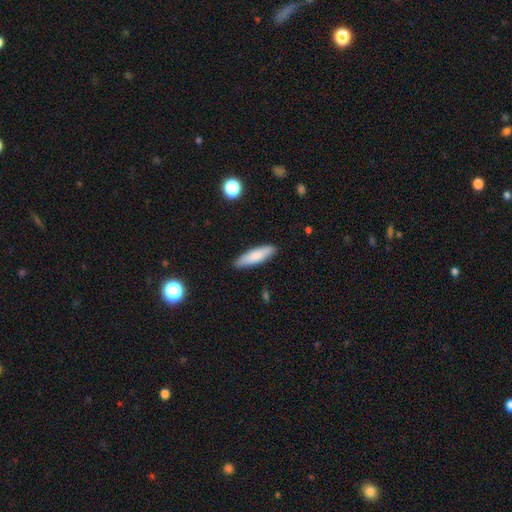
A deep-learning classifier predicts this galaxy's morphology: A smooth galaxy with no disk features (82%) that is cigar-shaped (63%).

Vote fractions:
- Smooth or featured? smooth: 82% / featured or disk: 12% / star or artifact: 6%
- How rounded? cigar-shaped: 63% / in between: 36% / round: 2%
- Merging? none: 87% / minor disturbance: 10% / major disturbance: 2% / merger: 1%